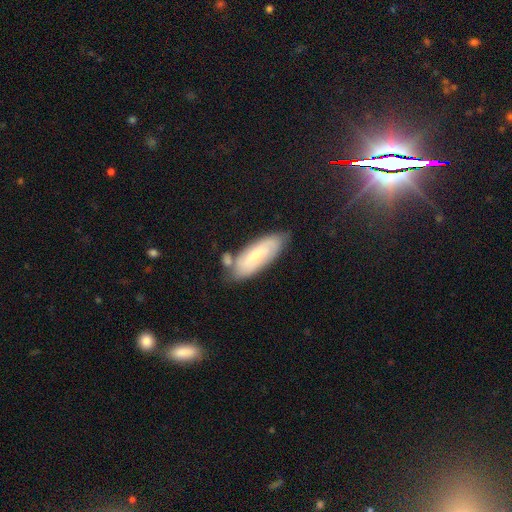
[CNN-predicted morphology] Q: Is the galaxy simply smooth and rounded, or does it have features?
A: smooth — 53%.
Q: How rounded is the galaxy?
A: in between — 67%.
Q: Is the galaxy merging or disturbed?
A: none — 64%.